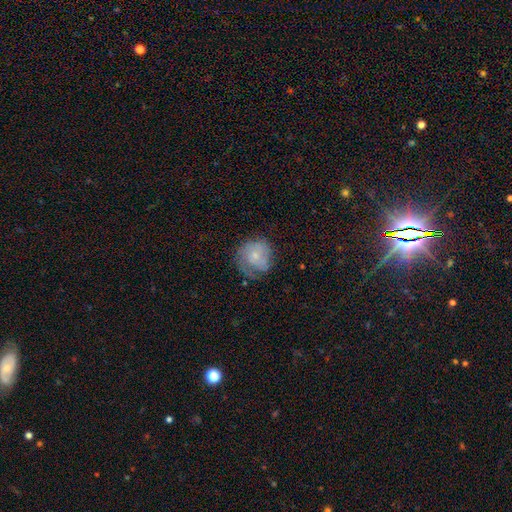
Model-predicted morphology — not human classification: A smooth galaxy with no disk features (48%).

Vote fractions:
- Smooth or featured? smooth: 48% / featured or disk: 43% / star or artifact: 9%
- Merging? none: 55% / minor disturbance: 26% / major disturbance: 16% / merger: 2%